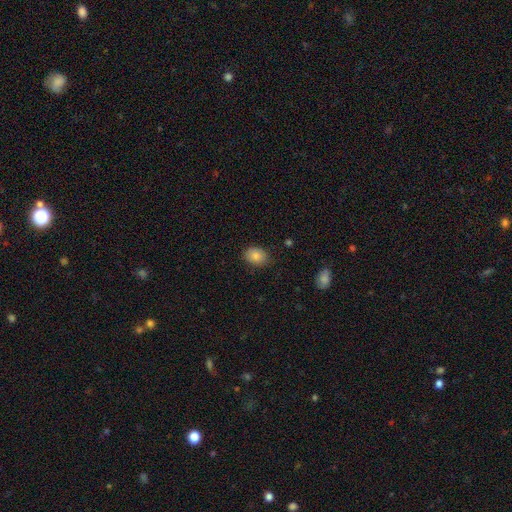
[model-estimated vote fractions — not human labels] smooth-or-featured: smooth: 85% | star or artifact: 9% | featured or disk: 7%
  how-rounded: in between: 63% | round: 36% | cigar-shaped: 1%
  merging: none: 84% | minor disturbance: 12% | major disturbance: 3% | merger: 1%